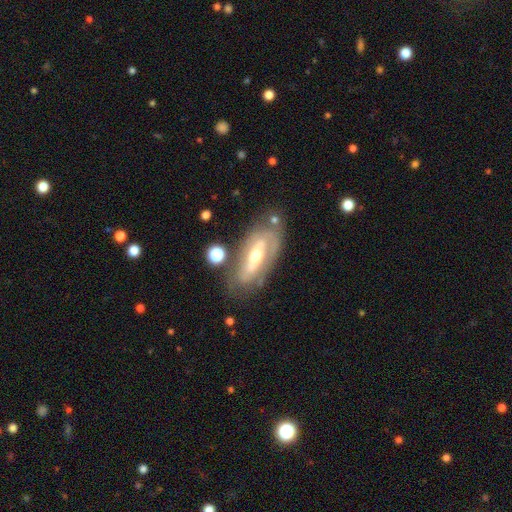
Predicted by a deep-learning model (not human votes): A featured or disk galaxy (74%) with a strong bar (39%), spiral arms (55%) and a moderate central bulge (64%). Merging: none (70%).